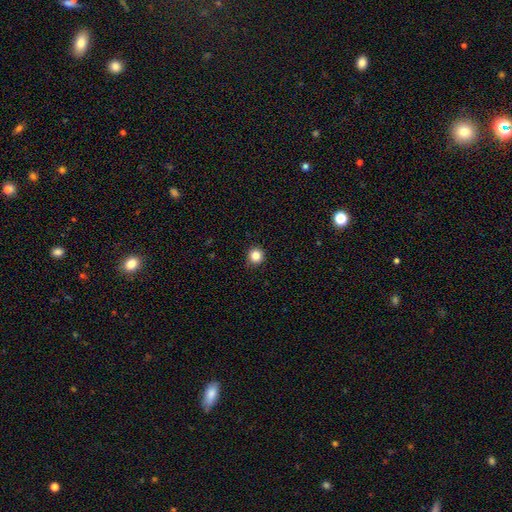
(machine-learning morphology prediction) Smooth or featured? smooth (84%)
How rounded? round (94%)
Merging? none (90%)